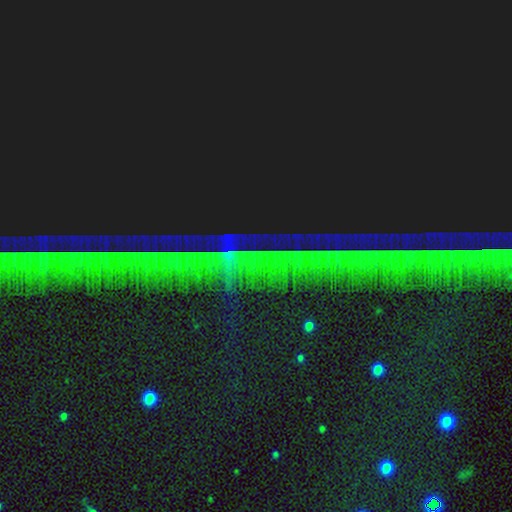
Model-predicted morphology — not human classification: This appears to be a star or artifact, not a galaxy (86%).